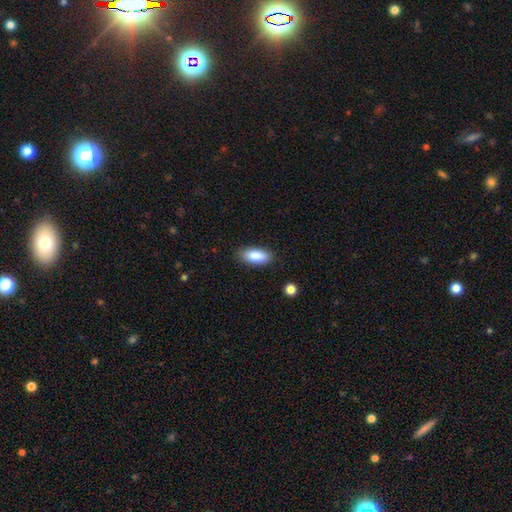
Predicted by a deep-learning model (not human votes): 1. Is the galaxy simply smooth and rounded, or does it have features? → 87% smooth, 7% star or artifact, 6% featured or disk.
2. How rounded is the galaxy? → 84% in between, 14% cigar-shaped, 2% round.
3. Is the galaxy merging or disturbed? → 87% none, 10% minor disturbance, 2% major disturbance, 1% merger.